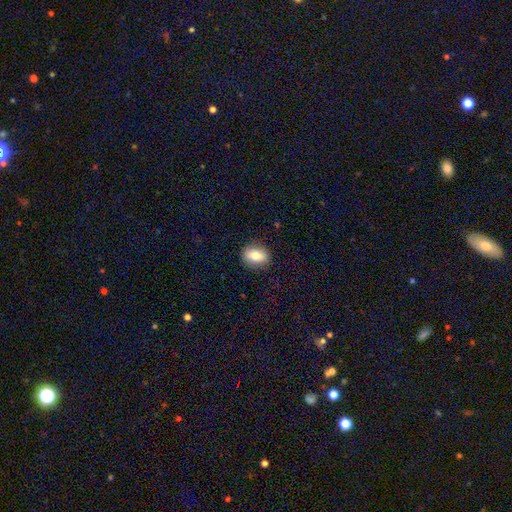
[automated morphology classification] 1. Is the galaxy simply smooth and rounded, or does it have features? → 76% smooth, 15% featured or disk, 8% star or artifact.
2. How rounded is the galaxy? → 67% in between, 31% round, 2% cigar-shaped.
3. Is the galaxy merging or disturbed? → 86% none, 10% minor disturbance, 3% major disturbance, 1% merger.